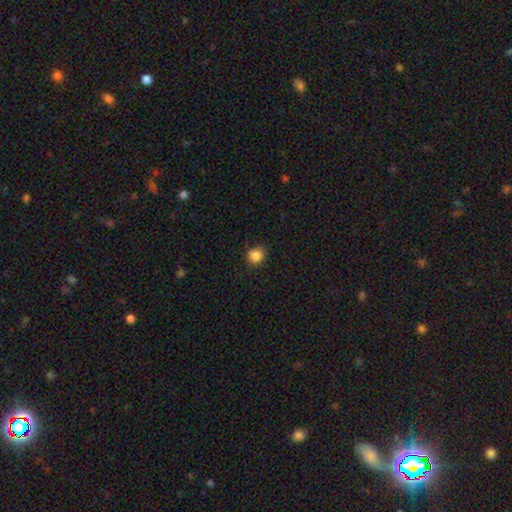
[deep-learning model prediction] The model was most divided on "merging": none: 77%, minor disturbance: 18%, major disturbance: 3%, merger: 2%. More confident: smooth or featured — smooth (85%); how rounded — round (82%).